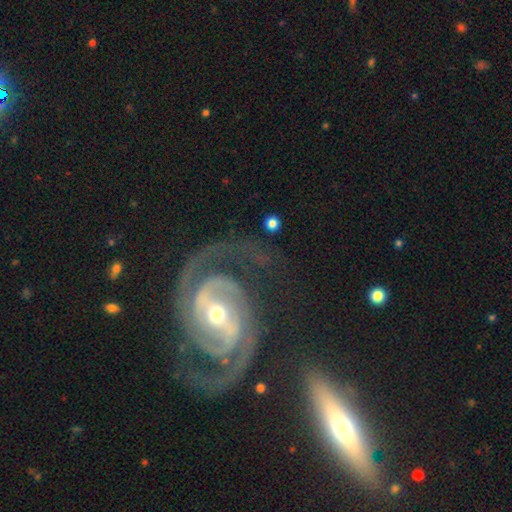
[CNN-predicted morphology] Smooth or featured? Predicted: featured or disk (p=0.92). Edge-on disk? Predicted: no (p=0.97). Bar? Predicted: strong (p=0.41). Spiral arms? Predicted: yes (p=0.98). Spiral winding? Predicted: medium (p=0.48). Spiral arm count? Predicted: 2 (p=0.86). Bulge size? Predicted: moderate (p=0.60). Merging? Predicted: none (p=0.69).